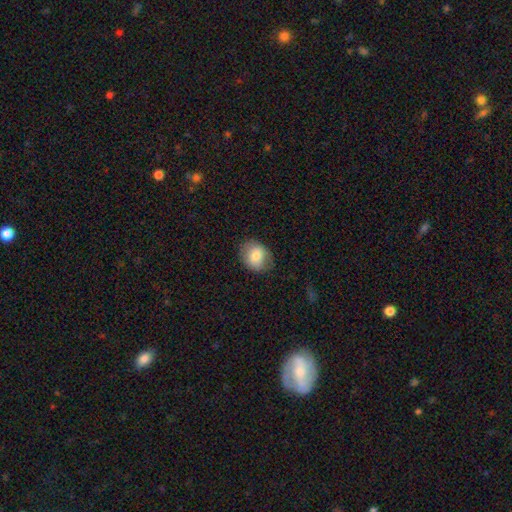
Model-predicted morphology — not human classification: A smooth galaxy with no disk features (78%) that is round (50%, tied with in between).

Vote fractions:
- Smooth or featured? smooth: 78% / featured or disk: 14% / star or artifact: 8%
- How rounded? round: 50% (tied) / in between: 50% (tied) / cigar-shaped: 1%
- Merging? none: 78% / minor disturbance: 17% / major disturbance: 5% / merger: 1%